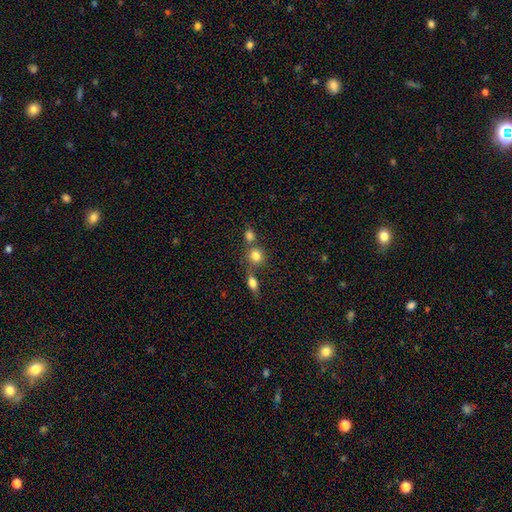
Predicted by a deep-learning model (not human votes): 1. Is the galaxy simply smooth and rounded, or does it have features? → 80% smooth, 12% star or artifact, 8% featured or disk.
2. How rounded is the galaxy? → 78% round, 20% in between, 1% cigar-shaped.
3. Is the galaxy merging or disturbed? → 53% none, 34% merger, 9% minor disturbance, 4% major disturbance.